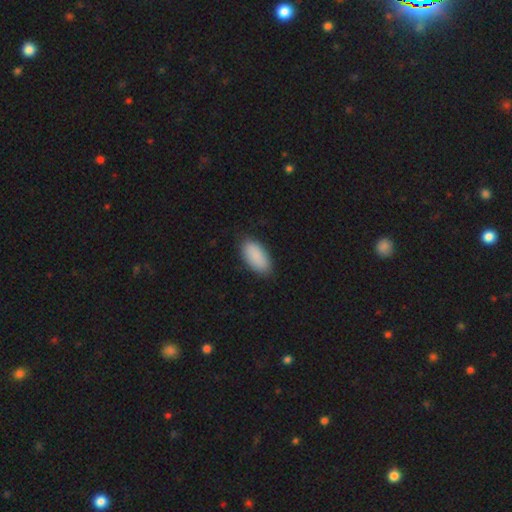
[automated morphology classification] smooth-or-featured: smooth: 90% | star or artifact: 6% | featured or disk: 4%
  how-rounded: in between: 93% | cigar-shaped: 5% | round: 2%
  merging: none: 84% | minor disturbance: 12% | major disturbance: 2% | merger: 1%